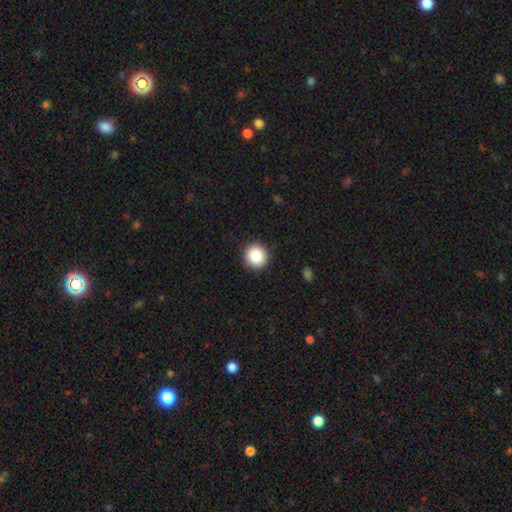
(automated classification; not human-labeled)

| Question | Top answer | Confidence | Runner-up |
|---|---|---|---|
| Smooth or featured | smooth | 86% | star or artifact (9%) |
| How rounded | round | 93% | in between (6%) |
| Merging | none | 92% | minor disturbance (6%) |